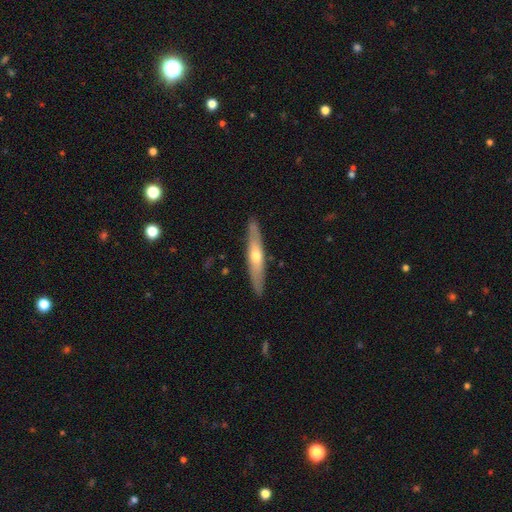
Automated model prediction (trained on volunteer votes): Q: Smooth or featured?
A: featured or disk (55%); runner-up: smooth (40%)
Q: Edge-on disk?
A: yes (85%); runner-up: no (15%)
Q: Merging?
A: none (89%); runner-up: minor disturbance (8%)